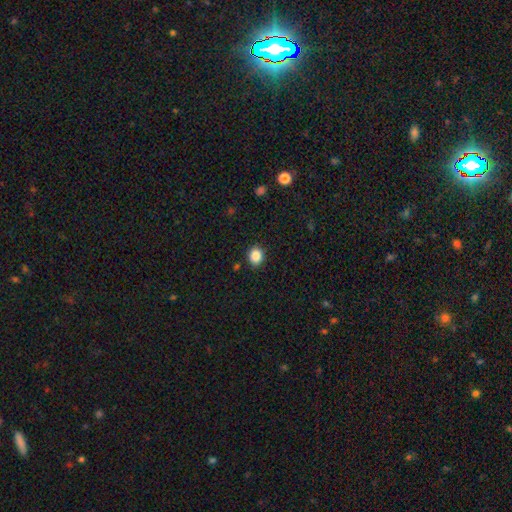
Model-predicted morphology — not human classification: This is clearly a smooth galaxy (86%). How rounded: likely round (70%). Merging: clearly none (88%).